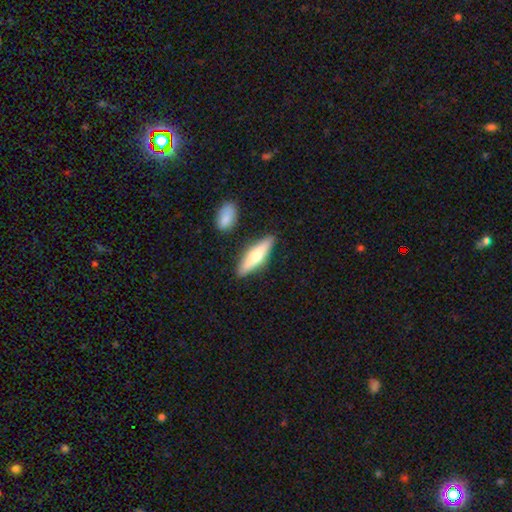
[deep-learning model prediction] Morphology: type=smooth (55%); roundness=cigar-shaped (66%); merging=none (84%).